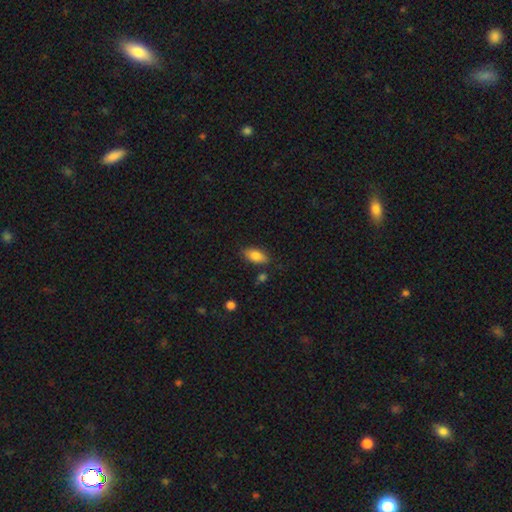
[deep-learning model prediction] Smooth or featured: smooth — 83% (featured or disk — 10%)
How rounded: in between — 89% (cigar-shaped — 8%)
Merging: none — 80% (minor disturbance — 14%)